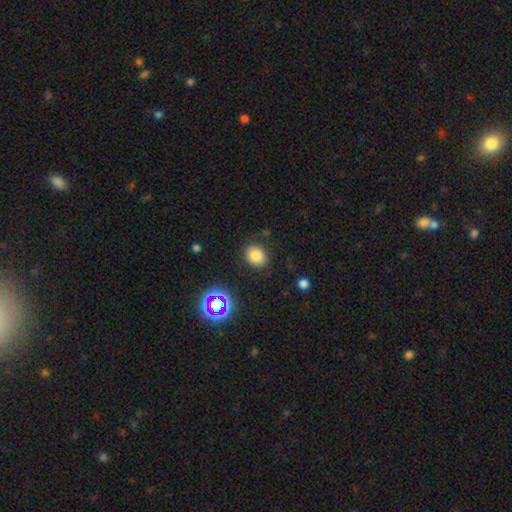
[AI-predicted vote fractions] smooth 78%, star or artifact 14%, featured or disk 8%. Down the decision tree: how rounded — round (56%); merging — none (83%).